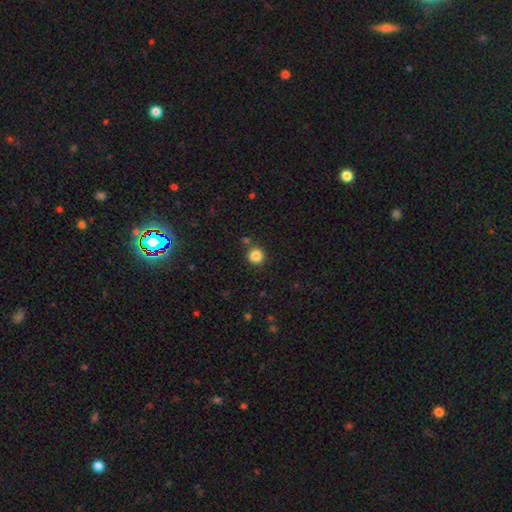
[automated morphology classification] The model was most divided on "merging": none: 81%, minor disturbance: 9%, merger: 7%, major disturbance: 3%. More confident: how rounded — round (89%); smooth or featured — smooth (85%).